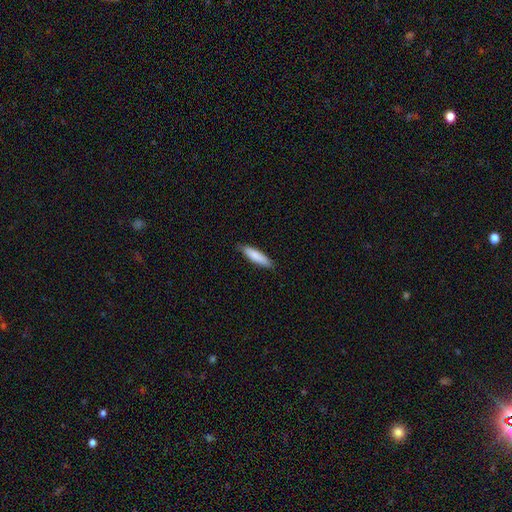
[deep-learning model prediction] Smooth or featured? Predicted: smooth (p=0.82). How rounded? Predicted: cigar-shaped (p=0.73). Merging? Predicted: none (p=0.85).